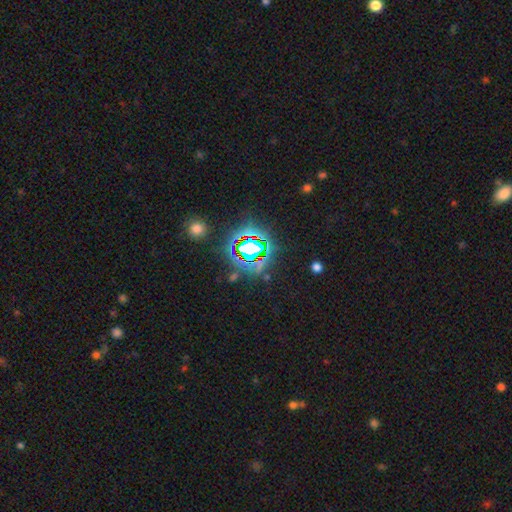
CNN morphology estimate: type=star or artifact (78%).